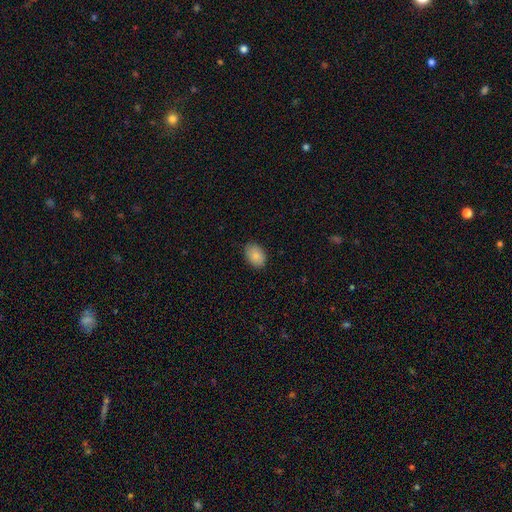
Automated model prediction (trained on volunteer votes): Q: Smooth or featured?
A: smooth (86%); runner-up: star or artifact (7%)
Q: How rounded?
A: in between (84%); runner-up: round (15%)
Q: Merging?
A: none (85%); runner-up: minor disturbance (11%)